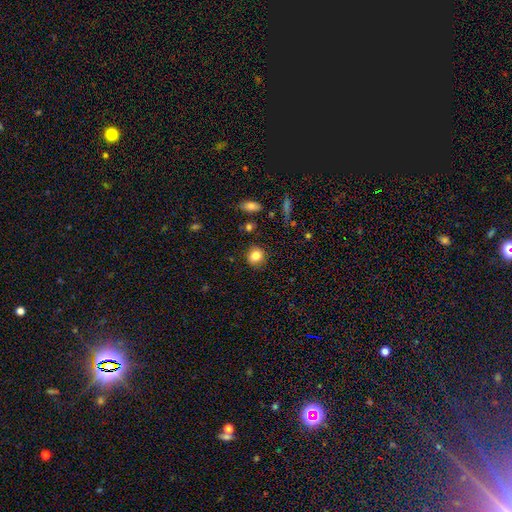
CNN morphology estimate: A smooth galaxy with no disk features (83%) that is round (80%). Merging: none (86%).